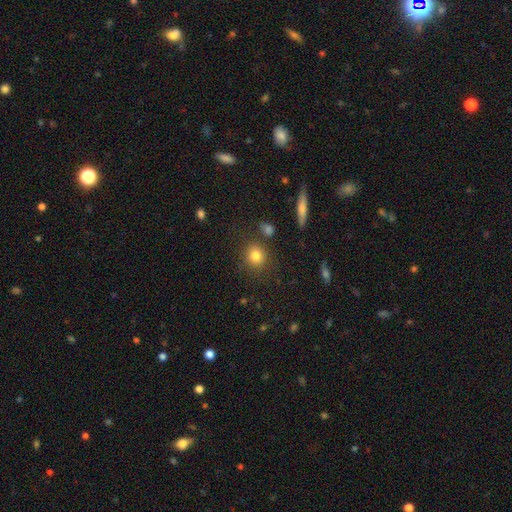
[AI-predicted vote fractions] Smooth or featured: smooth — 82% (star or artifact — 11%)
How rounded: round — 82% (in between — 17%)
Merging: none — 81% (minor disturbance — 10%)